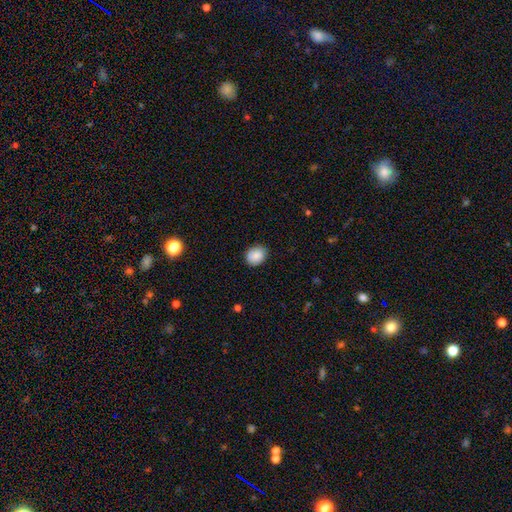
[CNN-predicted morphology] A smooth galaxy with no disk features (85%) that is round (57%).

Vote fractions:
- Smooth or featured? smooth: 85% / star or artifact: 8% / featured or disk: 8%
- How rounded? round: 57% / in between: 43% / cigar-shaped: 1%
- Merging? none: 81% / minor disturbance: 15% / major disturbance: 2% / merger: 1%